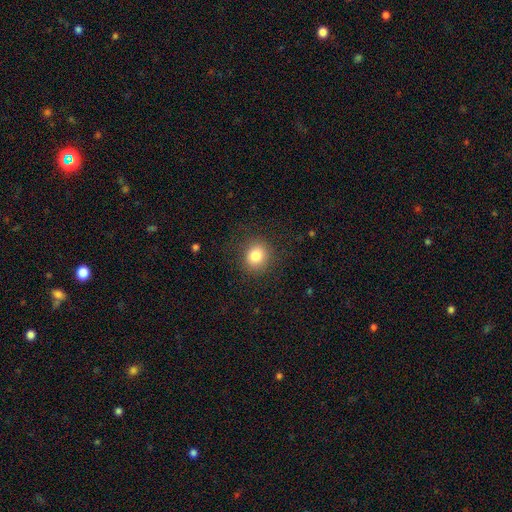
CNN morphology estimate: type=smooth (82%); roundness=round (80%); merging=none (86%).